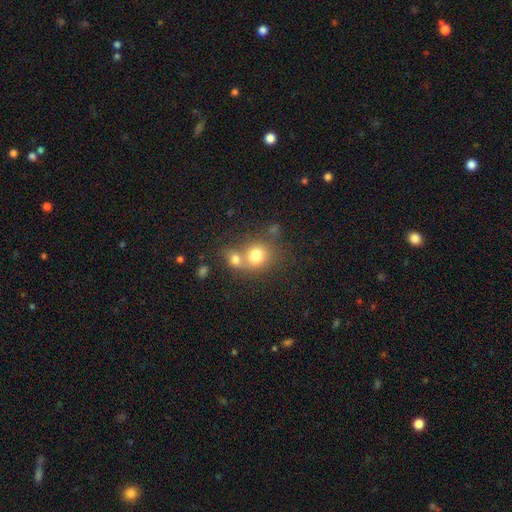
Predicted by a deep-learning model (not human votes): Smooth or featured?
  - smooth: 75% *
  - featured or disk: 14%
  - star or artifact: 11%
How rounded?
  - round: 75% *
  - in between: 24%
  - cigar-shaped: 1%
Merging?
  - merger: 52% *
  - none: 37%
  - minor disturbance: 7%
  - major disturbance: 4%